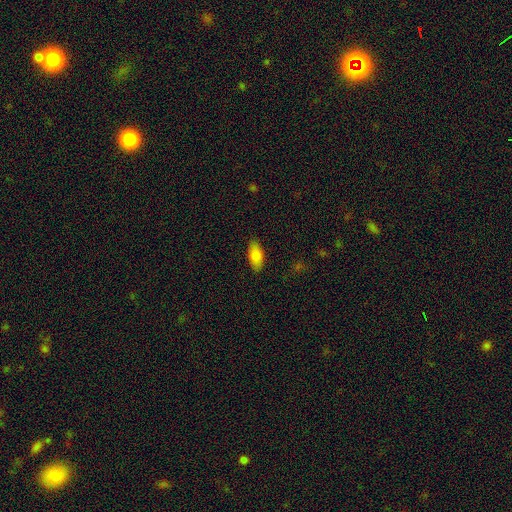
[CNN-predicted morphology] smooth_or_featured: smooth (p=0.80) [alt: featured or disk p=0.12]
how_rounded: in between (p=0.88) [alt: cigar-shaped p=0.09]
merging: none (p=0.87) [alt: minor disturbance p=0.09]